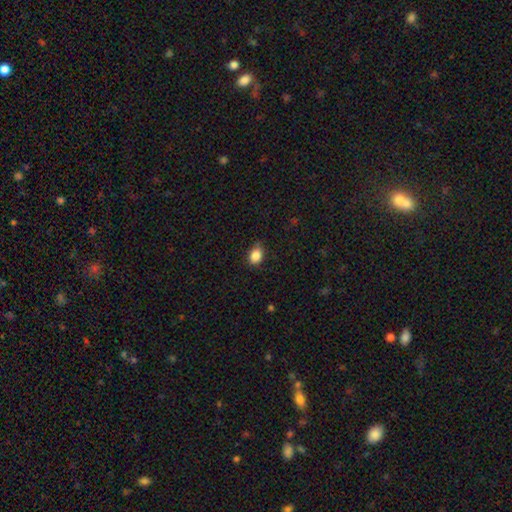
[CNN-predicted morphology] Overall: smooth (86%). How rounded: in between (64%; round 35%). Merging: none (75%).